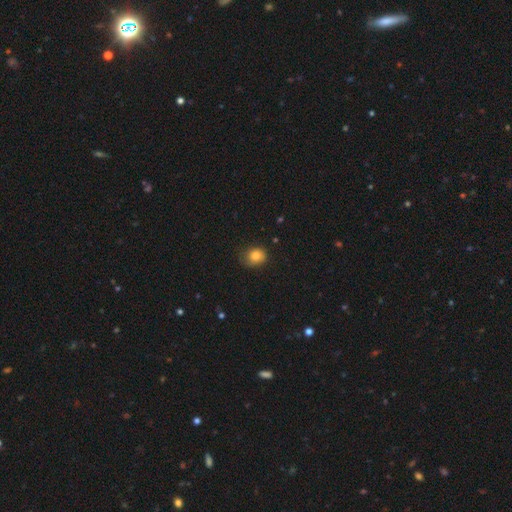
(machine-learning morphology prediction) Smooth or featured? Predicted: smooth (p=0.81). How rounded? Predicted: round (p=0.59). Merging? Predicted: none (p=0.66).